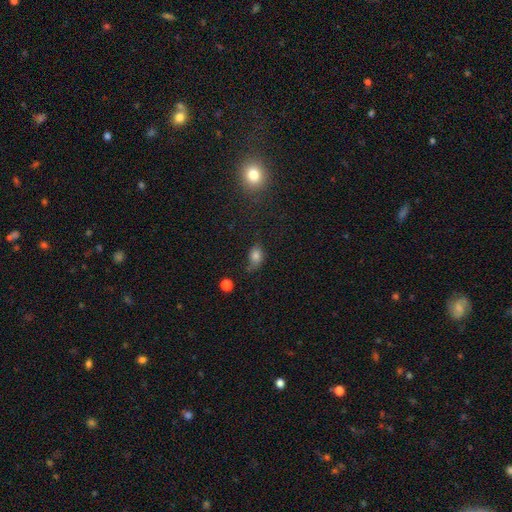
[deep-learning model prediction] Smooth or featured: smooth — 77% (star or artifact — 13%)
How rounded: in between — 79% (round — 19%)
Merging: none — 52% (minor disturbance — 33%)